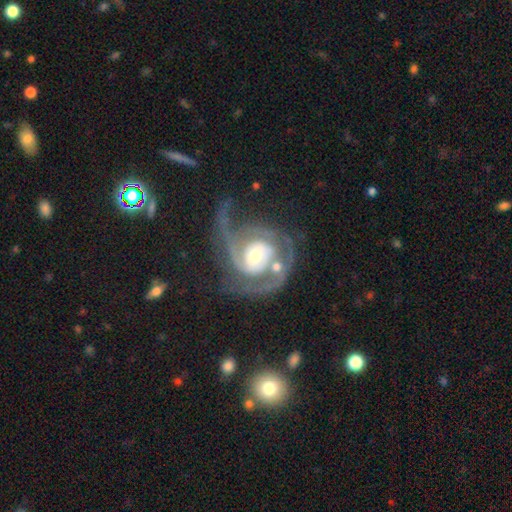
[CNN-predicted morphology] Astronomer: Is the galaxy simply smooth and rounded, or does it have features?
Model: featured or disk — 89%.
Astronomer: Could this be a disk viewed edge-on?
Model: no — 98%.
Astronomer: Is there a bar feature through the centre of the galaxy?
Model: no — 49% (runner-up: weak, 36%).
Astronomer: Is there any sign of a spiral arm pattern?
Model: yes — 96%.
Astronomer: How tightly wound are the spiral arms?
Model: medium — 45% (runner-up: tight, 39%).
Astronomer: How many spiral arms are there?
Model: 2 — 64%.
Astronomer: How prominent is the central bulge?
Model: moderate — 56%.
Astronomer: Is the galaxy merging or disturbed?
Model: none — 49%.